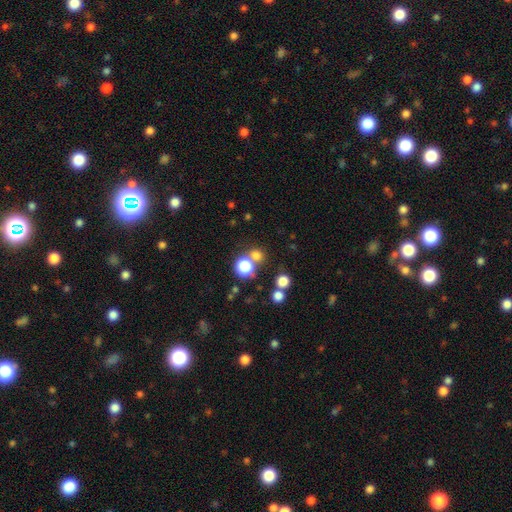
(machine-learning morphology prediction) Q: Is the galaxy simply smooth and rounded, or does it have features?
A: smooth — 71%.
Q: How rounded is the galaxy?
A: round — 85%.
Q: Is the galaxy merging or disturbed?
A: none — 63%.